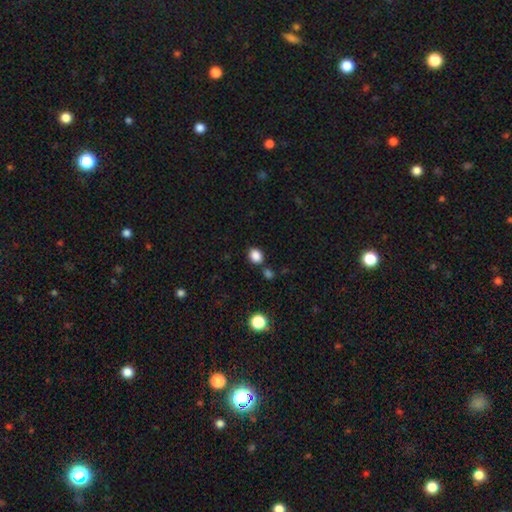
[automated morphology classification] Smooth or featured?
  - smooth: 86% *
  - star or artifact: 11%
  - featured or disk: 3%
How rounded?
  - in between: 50% *
  - round: 49%
  - cigar-shaped: 1%
Merging?
  - none: 74% *
  - merger: 12%
  - minor disturbance: 11%
  - major disturbance: 3%